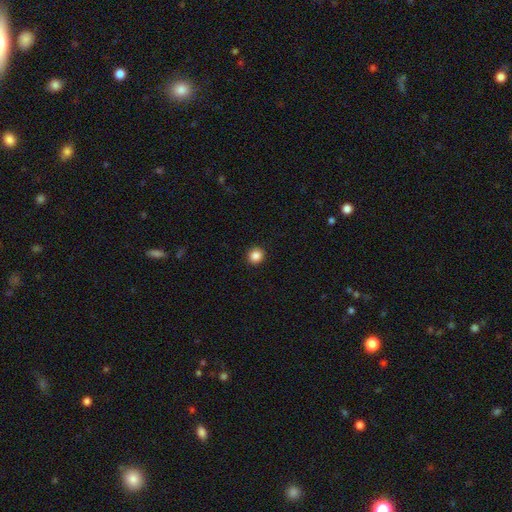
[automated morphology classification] smooth-or-featured: smooth: 86% | star or artifact: 10% | featured or disk: 3%
  how-rounded: round: 89% | in between: 10% | cigar-shaped: 1%
  merging: none: 93% | minor disturbance: 5% | major disturbance: 2% | merger: 1%